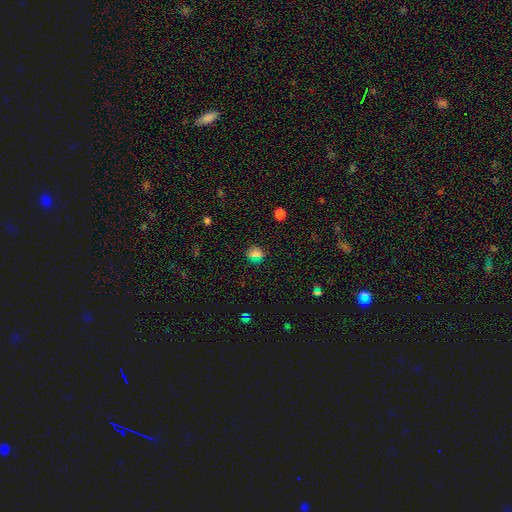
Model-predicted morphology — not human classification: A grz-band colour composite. It shows a smooth galaxy with no disk features (66%) that is round (76%). Merging: none (88%).